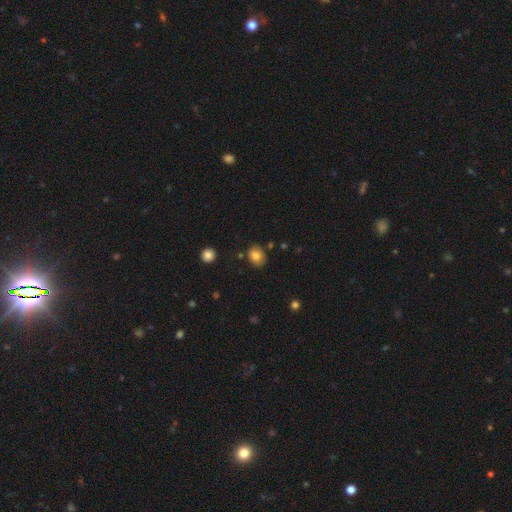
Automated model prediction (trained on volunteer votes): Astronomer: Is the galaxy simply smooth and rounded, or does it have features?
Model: smooth — 82%.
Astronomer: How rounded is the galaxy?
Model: round — 59% (runner-up: in between, 40%).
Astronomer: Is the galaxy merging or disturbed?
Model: none — 77%.